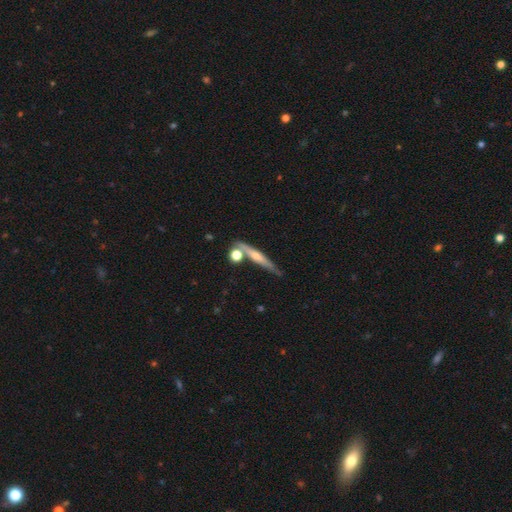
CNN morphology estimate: The model was most divided on "smooth or featured": featured or disk: 55%, smooth: 38%, star or artifact: 8%. More confident: edge-on disk — yes (92%); merging — none (70%); edge-on bulge — rounded (67%).